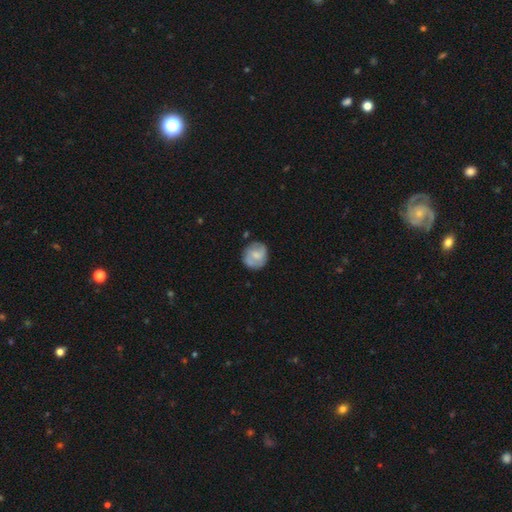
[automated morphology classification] smooth 55%, featured or disk 38%, star or artifact 7%. Down the decision tree: how rounded — round (84%); merging — none (72%).